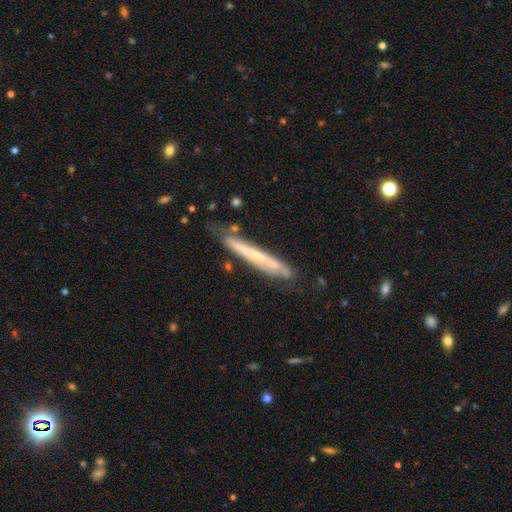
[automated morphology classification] featured or disk 58%, smooth 36%, star or artifact 6%. Down the decision tree: edge-on disk — yes (84%); merging — none (72%).